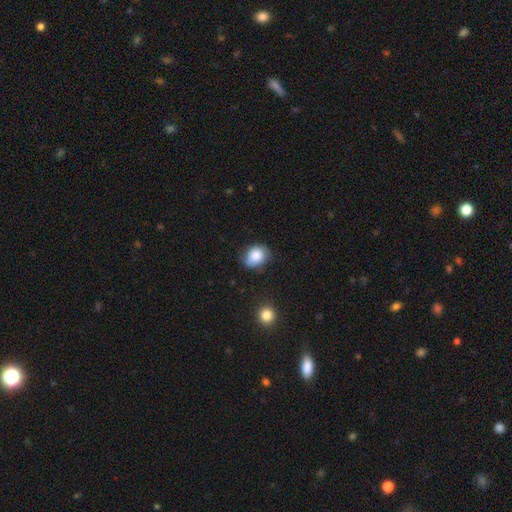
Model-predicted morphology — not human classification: Smooth or featured: smooth — 81% (featured or disk — 10%)
How rounded: round — 55% (in between — 44%)
Merging: none — 59% (minor disturbance — 31%)